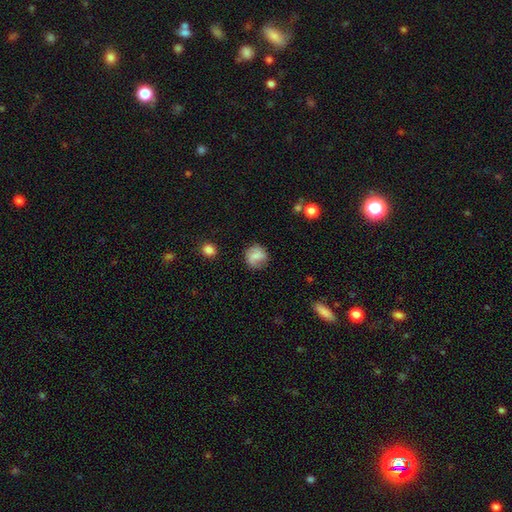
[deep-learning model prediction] Smooth or featured? Predicted: smooth (p=0.66). How rounded? Predicted: round (p=0.85). Merging? Predicted: none (p=0.74).